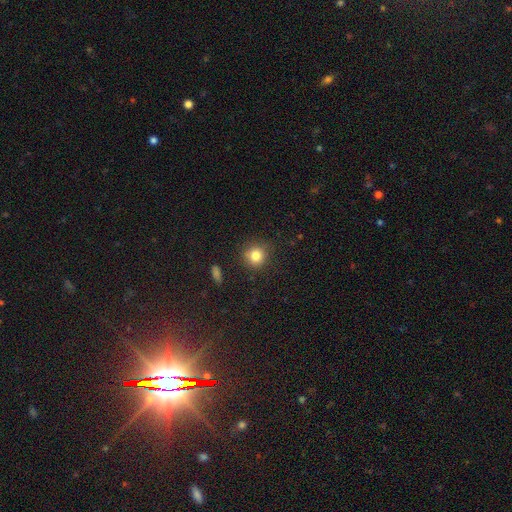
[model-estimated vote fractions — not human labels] The model was most divided on "smooth or featured": smooth: 83%, star or artifact: 11%, featured or disk: 6%. More confident: how rounded — round (91%); merging — none (86%).